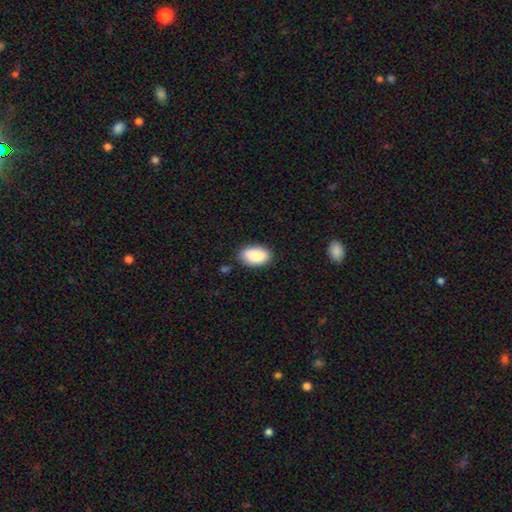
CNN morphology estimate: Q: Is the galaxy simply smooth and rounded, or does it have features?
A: smooth — 89%.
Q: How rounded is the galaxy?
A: in between — 92%.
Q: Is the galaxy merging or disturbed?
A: none — 84%.